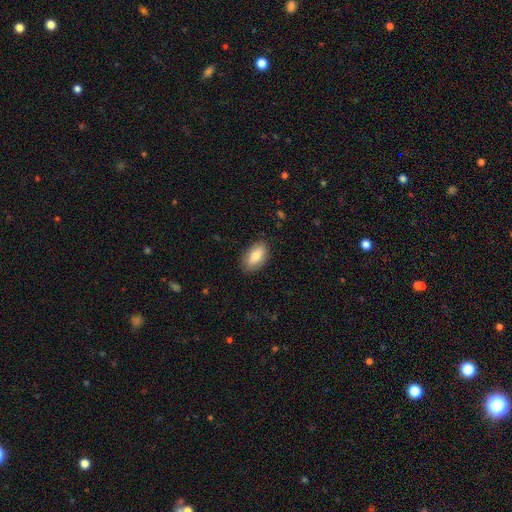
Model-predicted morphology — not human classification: A smooth galaxy with no disk features (81%) that is in between round and cigar-shaped (92%).

Vote fractions:
- Smooth or featured? smooth: 81% / featured or disk: 12% / star or artifact: 6%
- How rounded? in between: 92% / cigar-shaped: 4% / round: 4%
- Merging? none: 85% / minor disturbance: 11% / major disturbance: 3% / merger: 1%